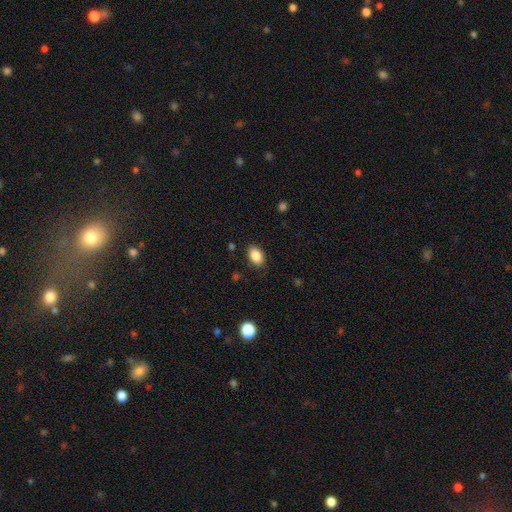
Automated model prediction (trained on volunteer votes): Smooth or featured? Predicted: smooth (p=0.87). How rounded? Predicted: in between (p=0.88). Merging? Predicted: none (p=0.86).